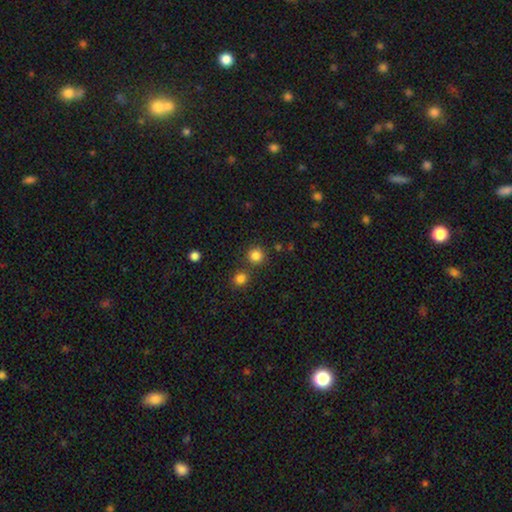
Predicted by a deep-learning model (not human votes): smooth 82%, star or artifact 13%, featured or disk 4%. Down the decision tree: how rounded — round (93%); merging — none (79%).